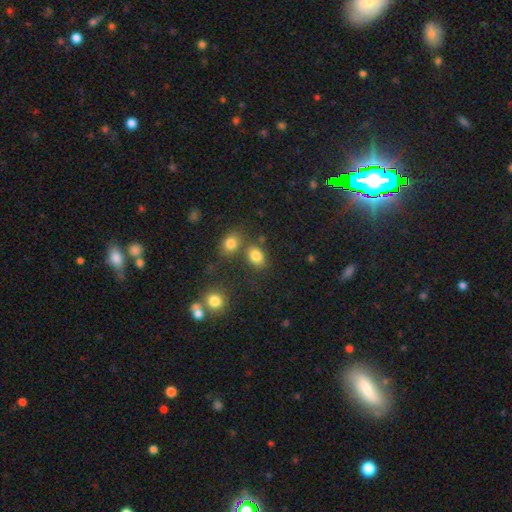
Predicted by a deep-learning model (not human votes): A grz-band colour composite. It shows a smooth galaxy with no disk features (82%) that is in between round and cigar-shaped (70%). Merging: none (66%).